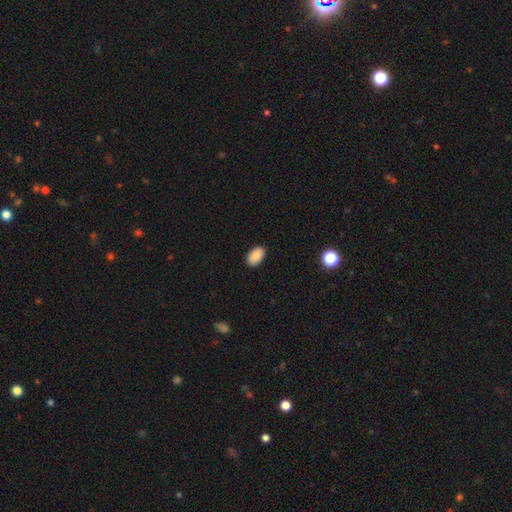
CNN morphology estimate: Smooth or featured?
  - smooth: 89% *
  - star or artifact: 8%
  - featured or disk: 3%
How rounded?
  - in between: 92% *
  - round: 7%
  - cigar-shaped: 1%
Merging?
  - none: 89% *
  - minor disturbance: 8%
  - major disturbance: 2%
  - merger: 1%